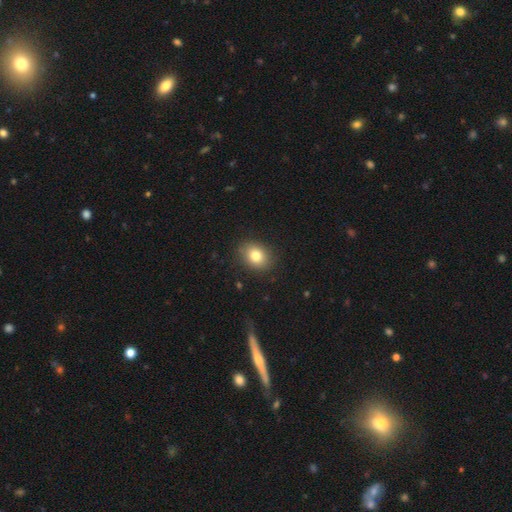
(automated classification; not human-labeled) smooth_or_featured: smooth (p=0.81) [alt: star or artifact p=0.10]
how_rounded: in between (p=0.53) [alt: round p=0.46]
merging: none (p=0.86) [alt: minor disturbance p=0.10]